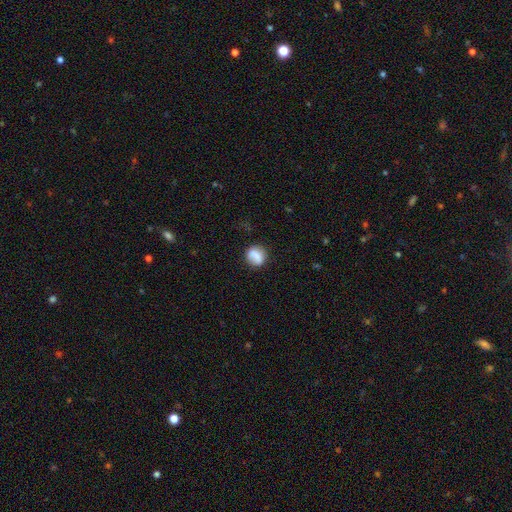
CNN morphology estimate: Smooth or featured? smooth (78%)
How rounded? round (77%)
Merging? none (72%)